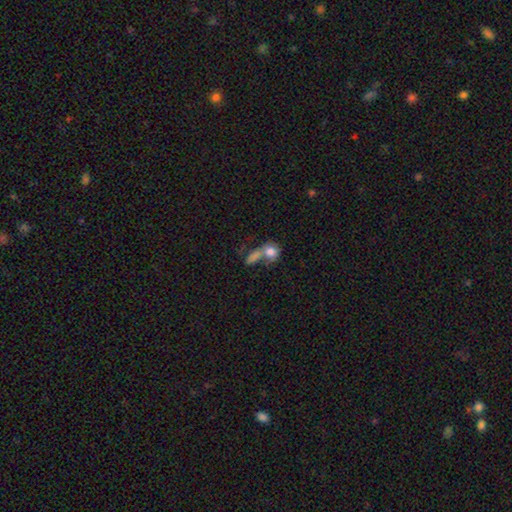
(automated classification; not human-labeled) smooth 65%, featured or disk 18%, star or artifact 17%. Down the decision tree: how rounded — round (55%); merging — merger (49%).